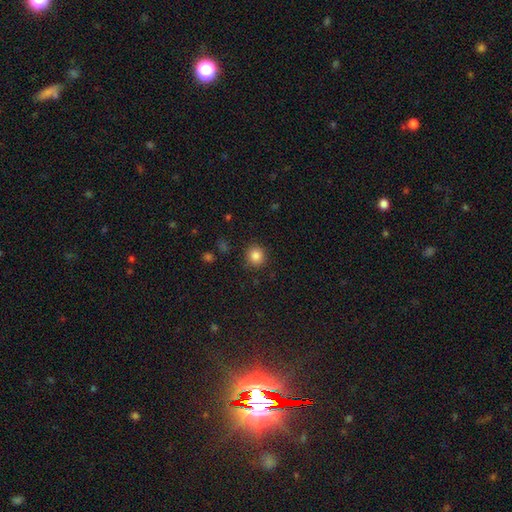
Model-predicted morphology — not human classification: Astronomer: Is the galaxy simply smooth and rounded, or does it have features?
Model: smooth — 85%.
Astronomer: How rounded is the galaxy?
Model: round — 89%.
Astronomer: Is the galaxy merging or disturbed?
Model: none — 89%.